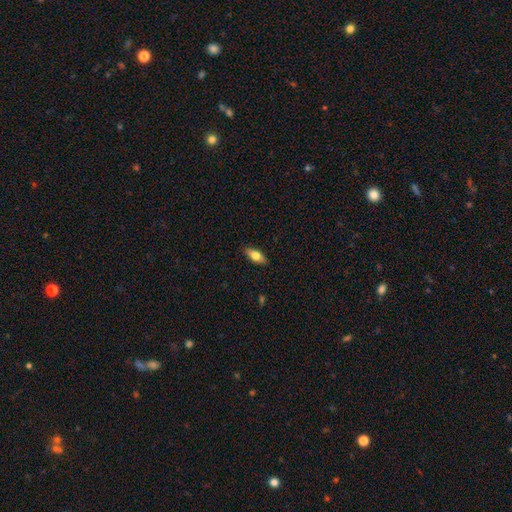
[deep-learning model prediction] A smooth galaxy with no disk features (70%) that is in between round and cigar-shaped (81%).

Vote fractions:
- Smooth or featured? smooth: 70% / featured or disk: 24% / star or artifact: 7%
- How rounded? in between: 81% / cigar-shaped: 15% / round: 3%
- Merging? none: 88% / minor disturbance: 9% / major disturbance: 2% / merger: 1%